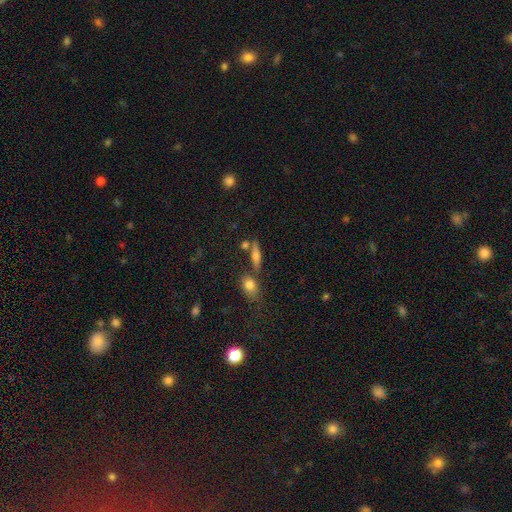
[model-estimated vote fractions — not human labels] smooth_or_featured: smooth (p=0.56) [alt: featured or disk p=0.33]
how_rounded: cigar-shaped (p=0.58) [alt: in between p=0.35]
merging: none (p=0.68) [alt: merger p=0.16]